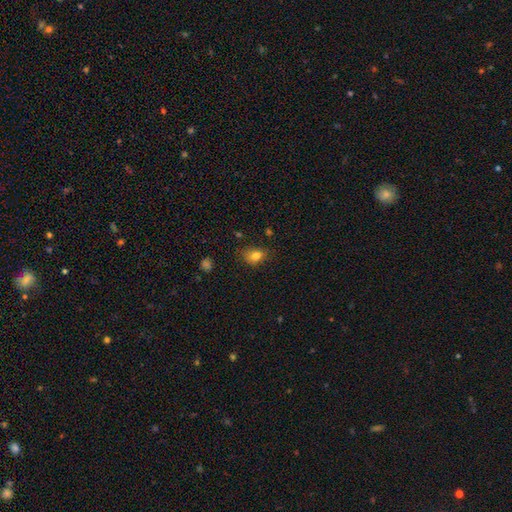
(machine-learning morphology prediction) This appears to be a smooth galaxy with no disk features (80%) that is in between round and cigar-shaped (65%). Merging: none (66%).